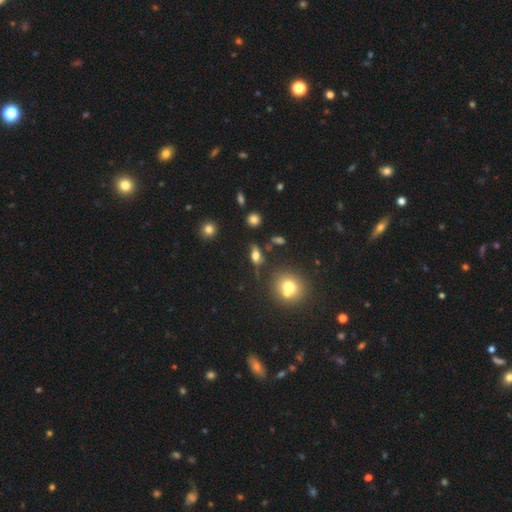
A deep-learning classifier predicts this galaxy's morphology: Smooth or featured? smooth (50%)
How rounded? in between (65%)
Merging? none (67%)